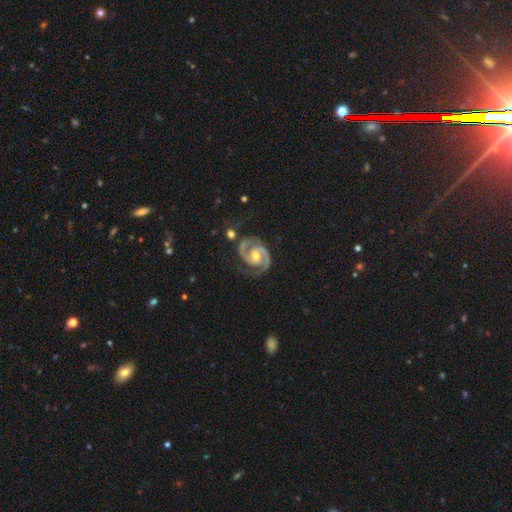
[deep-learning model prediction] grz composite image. It shows a featured or disk galaxy (93%) with no bar (45%), 2 (93%) medium (51%) spiral arms (99%) and a moderate central bulge (65%). Merging: none (73%).